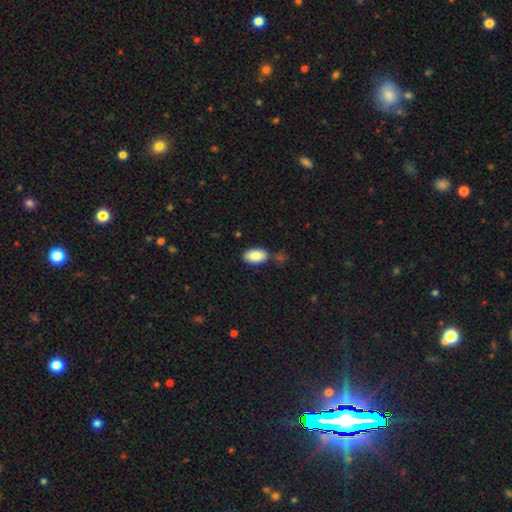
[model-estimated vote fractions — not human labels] Q: Smooth or featured?
A: smooth (86%); runner-up: featured or disk (8%)
Q: How rounded?
A: in between (95%); runner-up: round (4%)
Q: Merging?
A: none (77%); runner-up: minor disturbance (13%)